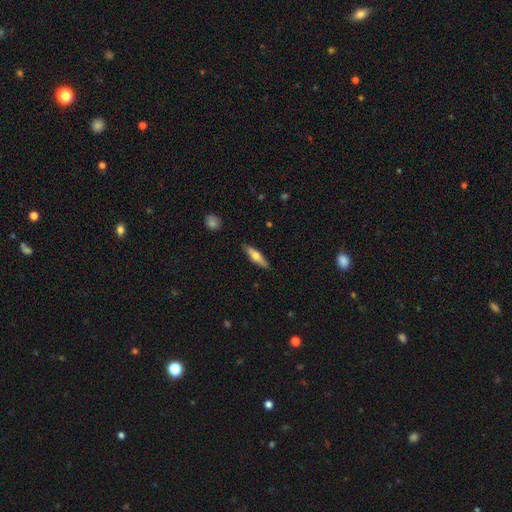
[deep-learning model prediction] smooth_or_featured: smooth (p=0.48) [alt: featured or disk p=0.46]
merging: none (p=0.89) [alt: minor disturbance p=0.08]